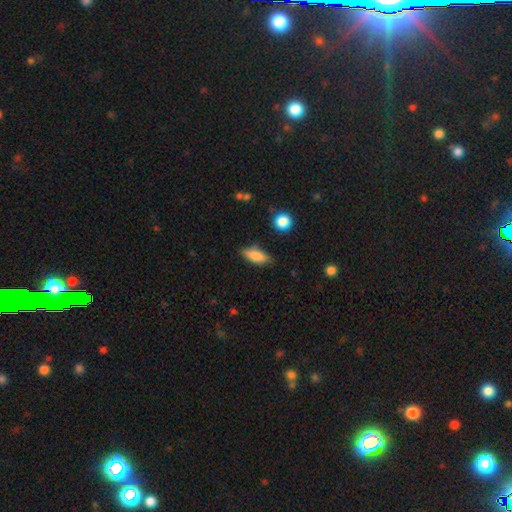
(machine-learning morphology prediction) The model was most divided on "how rounded": in between: 77%, cigar-shaped: 20%, round: 3%. More confident: smooth or featured — smooth (82%); merging — none (78%).